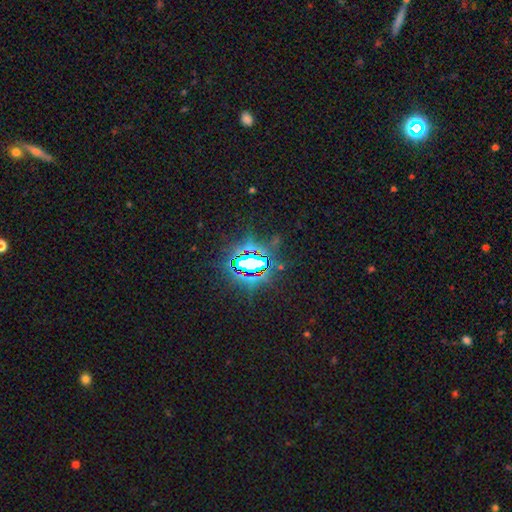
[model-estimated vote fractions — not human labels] Smooth or featured: star or artifact — 84% (smooth — 10%)